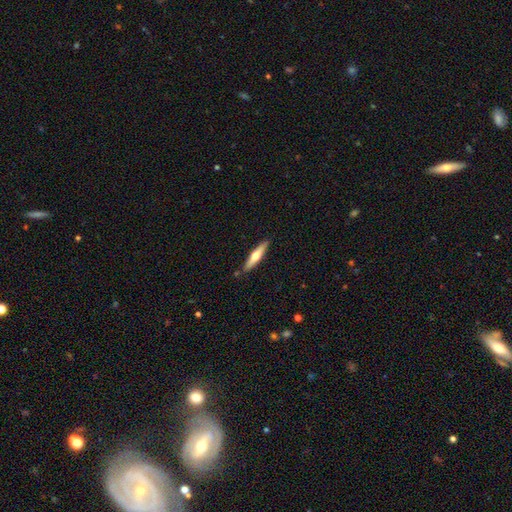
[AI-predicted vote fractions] A featured or disk galaxy (50%).

Vote fractions:
- Smooth or featured? featured or disk: 50% / smooth: 45% / star or artifact: 5%
- Merging? none: 87% / minor disturbance: 9% / merger: 2% / major disturbance: 2%